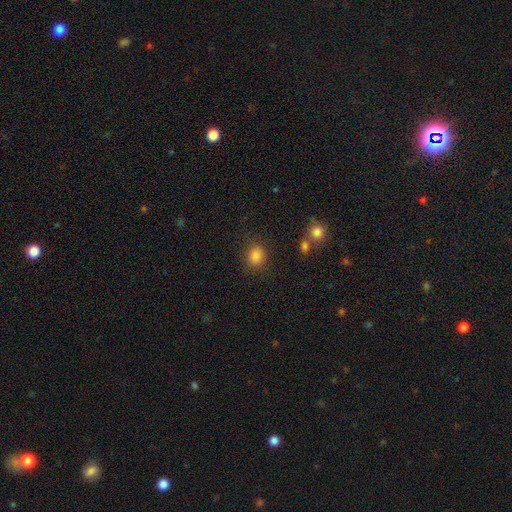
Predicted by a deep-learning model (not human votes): smooth-or-featured: smooth: 85% | star or artifact: 11% | featured or disk: 4%
  how-rounded: round: 67% | in between: 32% | cigar-shaped: 1%
  merging: none: 82% | minor disturbance: 11% | major disturbance: 4% | merger: 3%